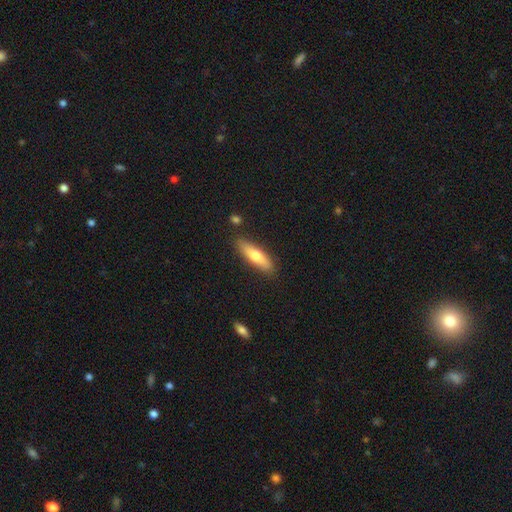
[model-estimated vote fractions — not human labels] A smooth galaxy with no disk features (65%) that is cigar-shaped (67%). Merging: none (85%).